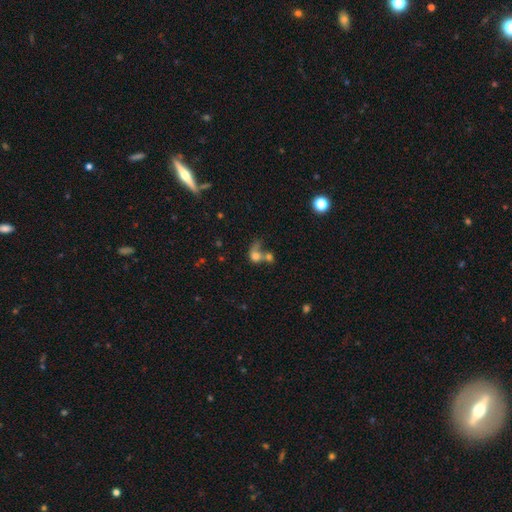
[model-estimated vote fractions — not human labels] Overall: smooth (64%). How rounded: round (54%; in between 44%). Merging: merger (58%; major disturbance 18%).